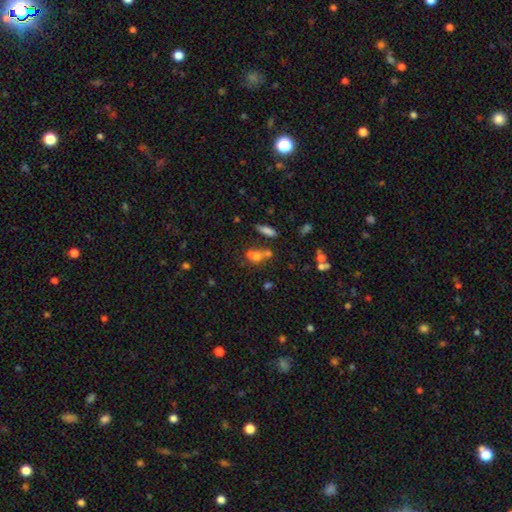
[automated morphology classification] Smooth or featured? Predicted: smooth (p=0.56). How rounded? Predicted: round (p=0.53). Merging? Predicted: merger (p=0.44).